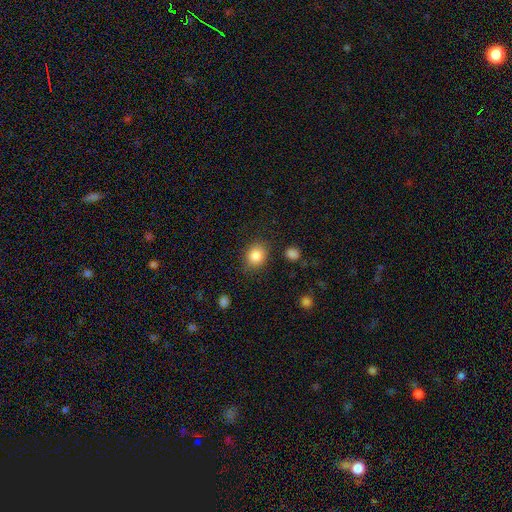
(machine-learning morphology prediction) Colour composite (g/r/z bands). It shows a smooth galaxy with no disk features (86%) that is round (68%). Merging: none (83%).